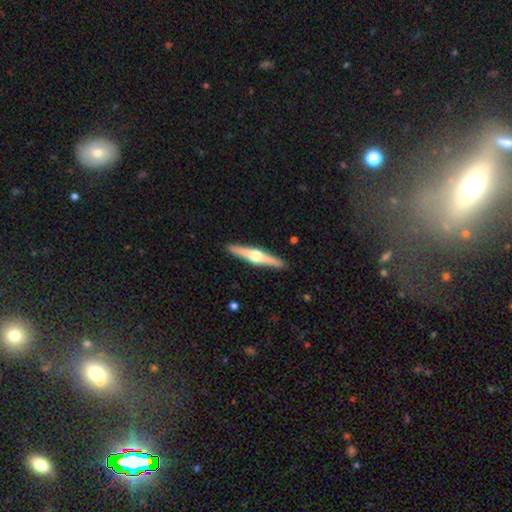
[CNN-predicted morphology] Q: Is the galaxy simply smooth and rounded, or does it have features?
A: featured or disk — 71%.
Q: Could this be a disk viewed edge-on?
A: yes — 98%.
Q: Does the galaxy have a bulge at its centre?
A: rounded — 94%.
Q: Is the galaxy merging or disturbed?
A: none — 92%.